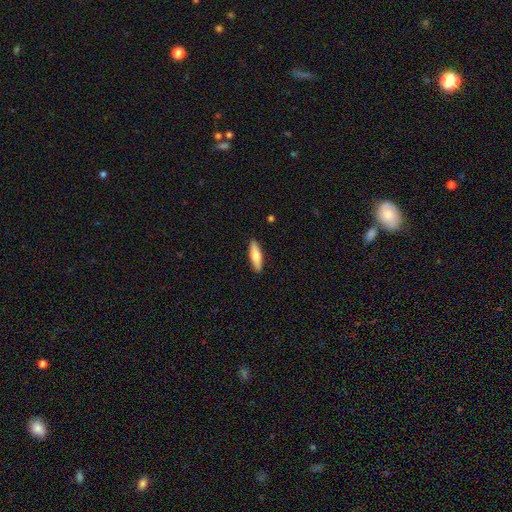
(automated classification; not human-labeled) A smooth galaxy with no disk features (62%) that is cigar-shaped (60%). Merging: none (90%).